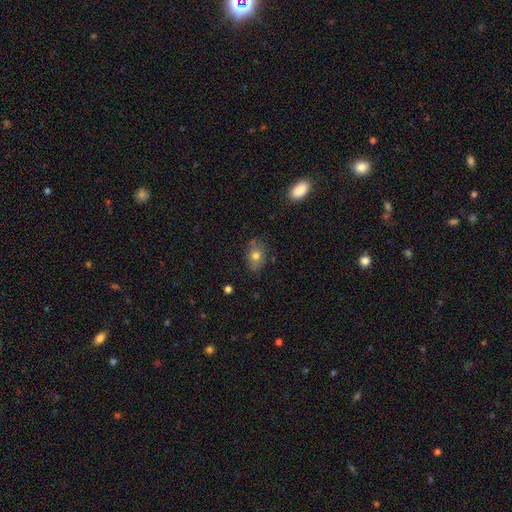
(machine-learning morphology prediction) Smooth or featured? Predicted: smooth (p=0.73). How rounded? Predicted: in between (p=0.63). Merging? Predicted: none (p=0.75).